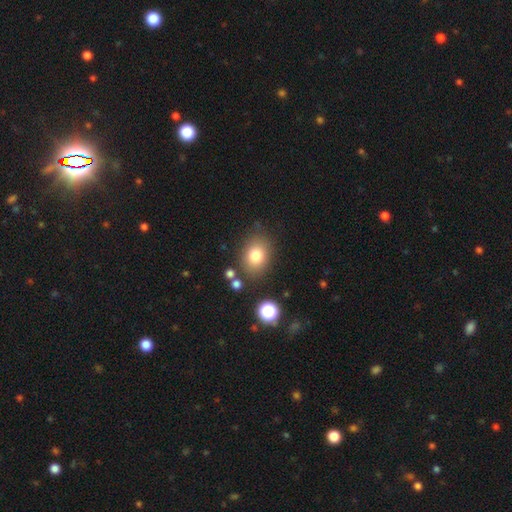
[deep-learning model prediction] The model was most divided on "how rounded": in between: 57%, round: 42%, cigar-shaped: 1%. More confident: smooth or featured — smooth (80%); merging — none (79%).